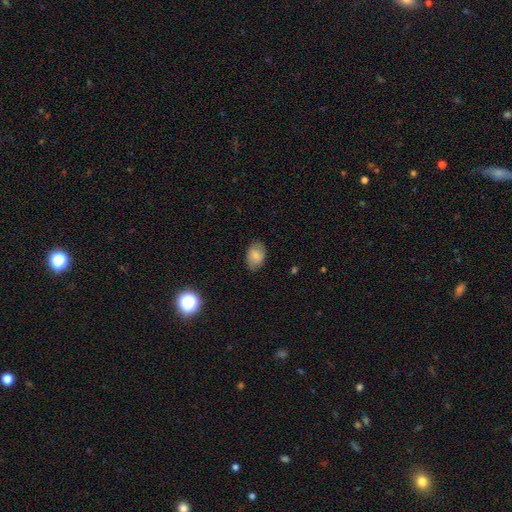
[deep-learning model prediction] A smooth galaxy with no disk features (75%) that is in between round and cigar-shaped (85%). Merging: none (81%).